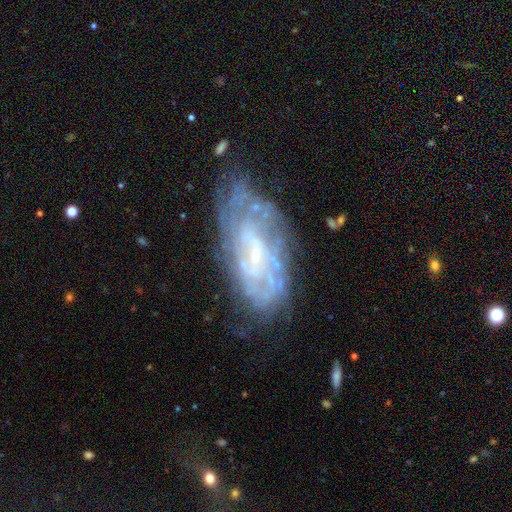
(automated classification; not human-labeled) Smooth or featured? Predicted: featured or disk (p=0.76). Edge-on disk? Predicted: no (p=0.93). Bar? Predicted: no (p=0.51). Spiral arms? Predicted: yes (p=0.72). Spiral winding? Predicted: tight (p=0.65). Spiral arm count? Predicted: can't tell (p=0.66). Bulge size? Predicted: small (p=0.70). Merging? Predicted: none (p=0.58).